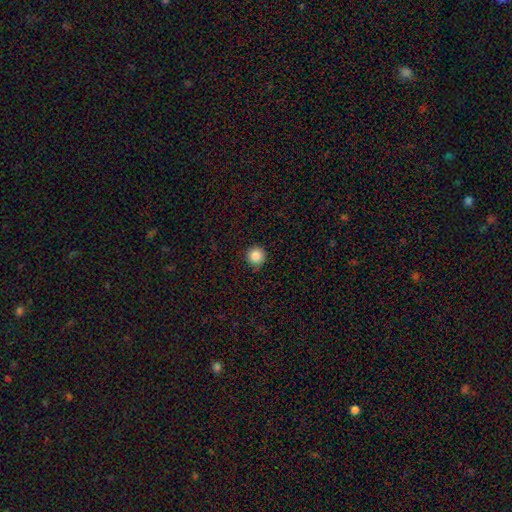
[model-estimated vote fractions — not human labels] Smooth or featured? smooth (87%)
How rounded? round (95%)
Merging? none (87%)